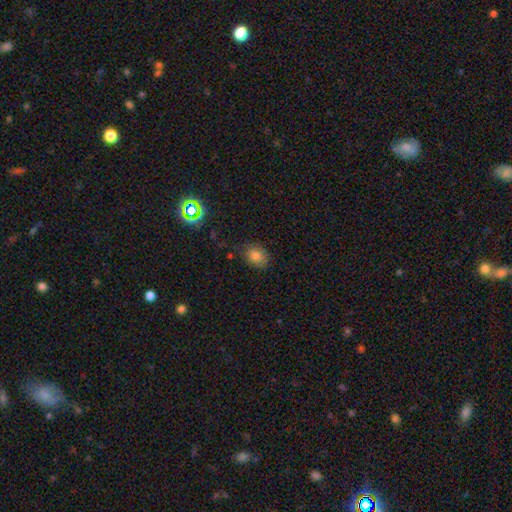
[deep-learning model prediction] This is likely a smooth galaxy (79%). How rounded: possibly in between (53%). Merging: likely none (77%).